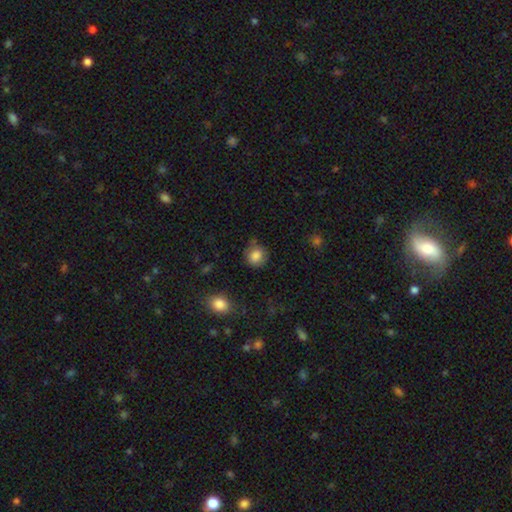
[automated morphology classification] smooth-or-featured: smooth: 84% | star or artifact: 9% | featured or disk: 6%
  how-rounded: round: 85% | in between: 14% | cigar-shaped: 1%
  merging: none: 78% | minor disturbance: 15% | major disturbance: 4% | merger: 3%